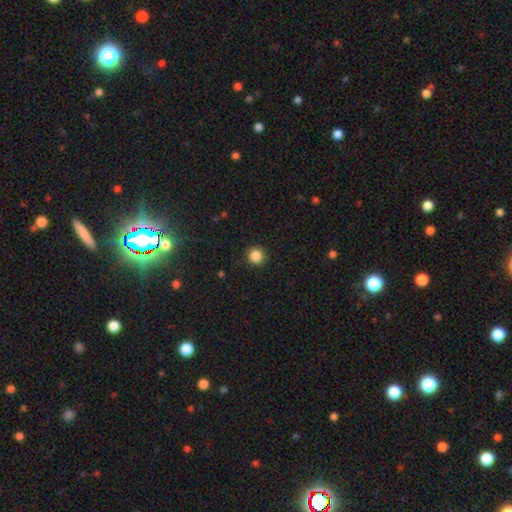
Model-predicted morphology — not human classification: smooth 86%, star or artifact 11%, featured or disk 3%. Down the decision tree: how rounded — round (94%); merging — none (91%).